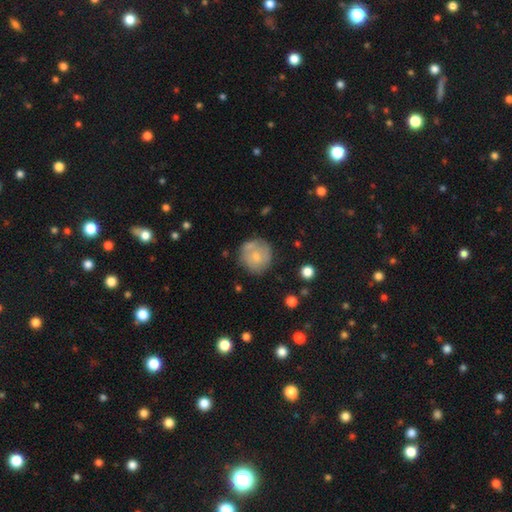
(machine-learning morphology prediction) smooth_or_featured: smooth (p=0.64) [alt: featured or disk p=0.29]
how_rounded: round (p=0.90) [alt: in between p=0.09]
merging: none (p=0.65) [alt: minor disturbance p=0.20]